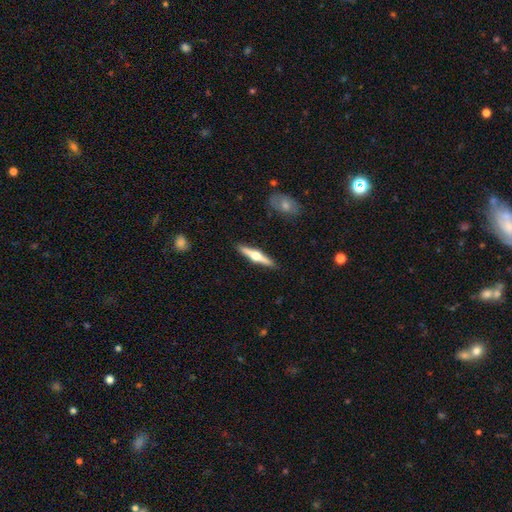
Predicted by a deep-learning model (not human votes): This appears to be a featured or disk galaxy (72%) viewed edge-on (98%) with a rounded central bulge (96%). Merging: none (91%).